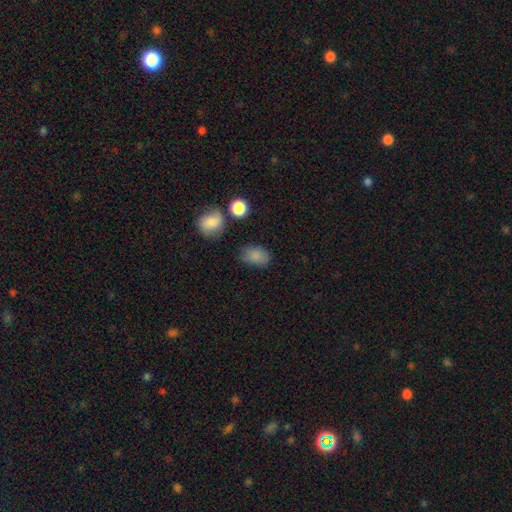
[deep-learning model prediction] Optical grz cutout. It shows a smooth galaxy with no disk features (84%) that is in between round and cigar-shaped (80%). Merging: none (73%).